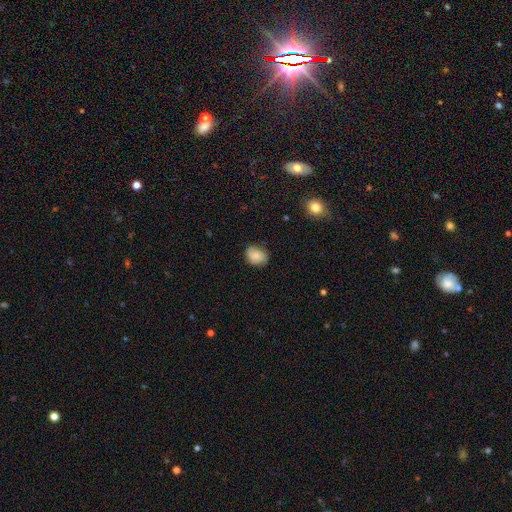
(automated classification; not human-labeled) smooth 79%, featured or disk 13%, star or artifact 8%. Down the decision tree: how rounded — in between (55%); merging — none (74%).